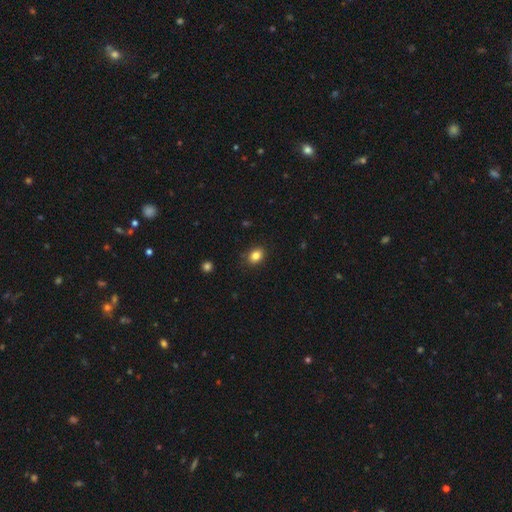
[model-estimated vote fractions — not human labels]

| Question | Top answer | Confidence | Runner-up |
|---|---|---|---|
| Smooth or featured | smooth | 84% | star or artifact (10%) |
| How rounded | in between | 59% | round (40%) |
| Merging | none | 86% | minor disturbance (11%) |